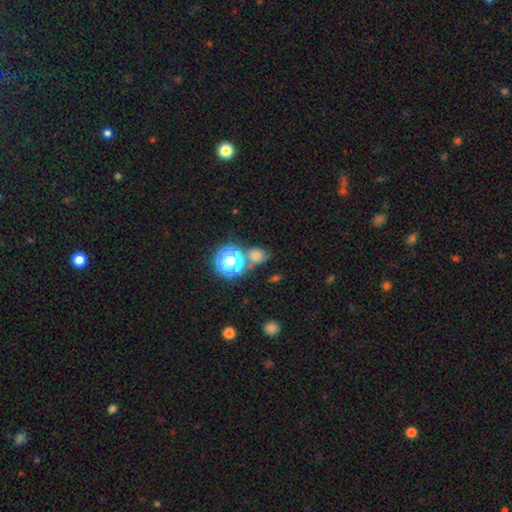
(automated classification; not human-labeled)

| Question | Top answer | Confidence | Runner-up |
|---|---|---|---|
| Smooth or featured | smooth | 62% | star or artifact (28%) |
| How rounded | round | 67% | in between (32%) |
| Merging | none | 58% | merger (22%) |